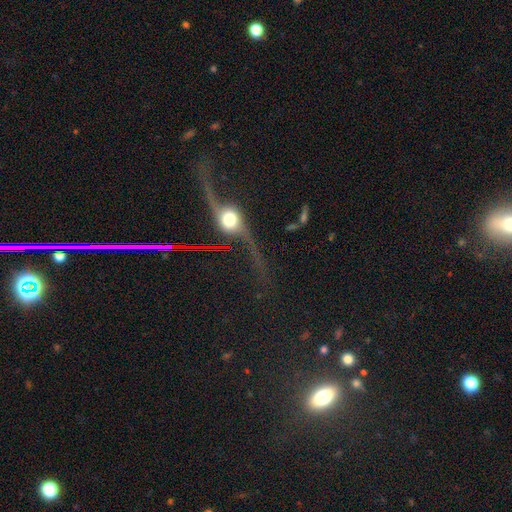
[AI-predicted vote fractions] The model was most divided on "bulge size": moderate: 52%, large: 20%, small: 16%, dominant: 10%, none: 3%. More confident: spiral arms — yes (90%); smooth or featured — featured or disk (78%); edge-on disk — no (69%); bar — no (65%); merging — none (58%).